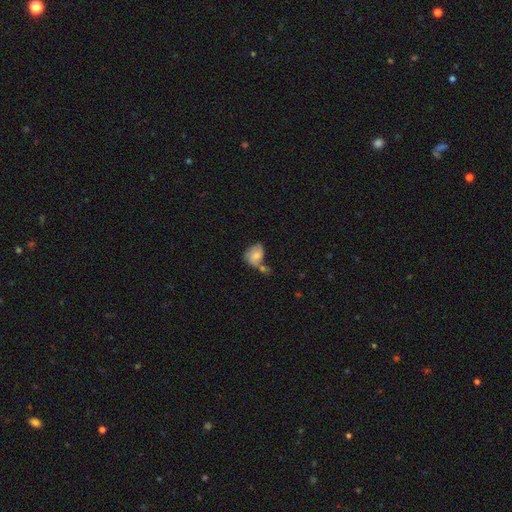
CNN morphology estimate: Smooth or featured?
  - smooth: 59% *
  - featured or disk: 32%
  - star or artifact: 9%
How rounded?
  - in between: 71% *
  - round: 27%
  - cigar-shaped: 1%
Merging?
  - merger: 34% *
  - none: 30%
  - minor disturbance: 23%
  - major disturbance: 14%